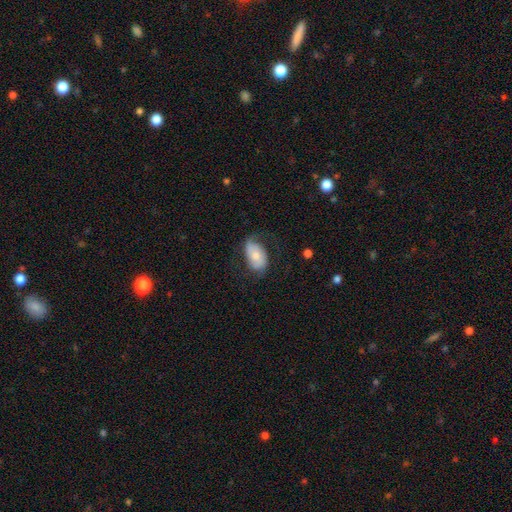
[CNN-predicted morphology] Smooth or featured? smooth (55%)
How rounded? in between (92%)
Merging? none (56%)